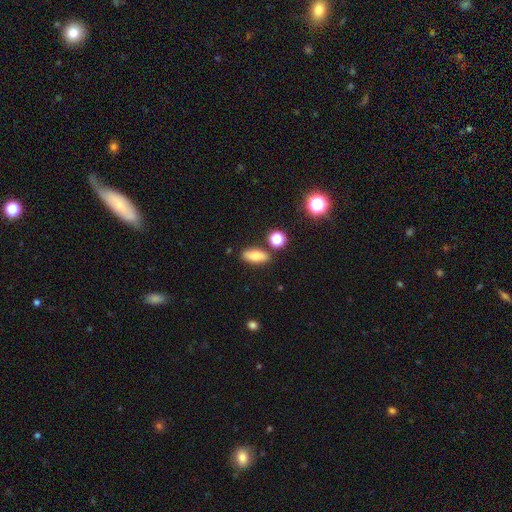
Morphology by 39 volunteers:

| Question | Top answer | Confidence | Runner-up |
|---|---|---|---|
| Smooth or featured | smooth | 74% | featured or disk (21%) |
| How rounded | in between | 79% | cigar-shaped (14%) |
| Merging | none | 97% | minor disturbance (3%) |